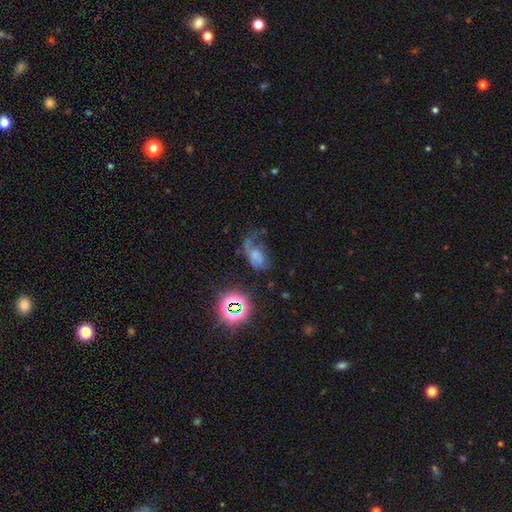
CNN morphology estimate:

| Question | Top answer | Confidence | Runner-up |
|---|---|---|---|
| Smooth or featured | featured or disk | 40% | smooth (36%) |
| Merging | major disturbance | 42% | none (26%) |